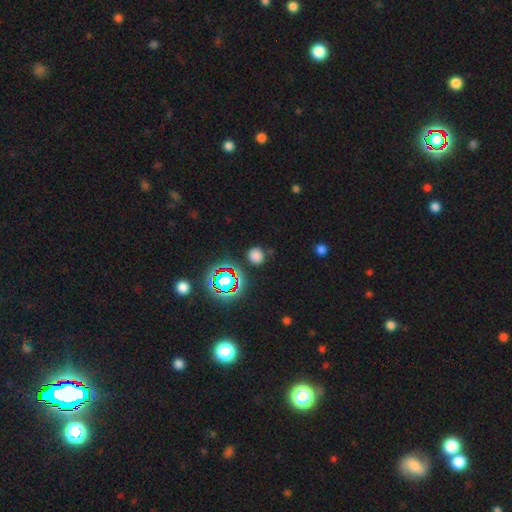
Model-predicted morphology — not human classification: Smooth or featured: smooth — 68% (star or artifact — 26%)
How rounded: round — 87% (in between — 11%)
Merging: none — 84% (minor disturbance — 10%)